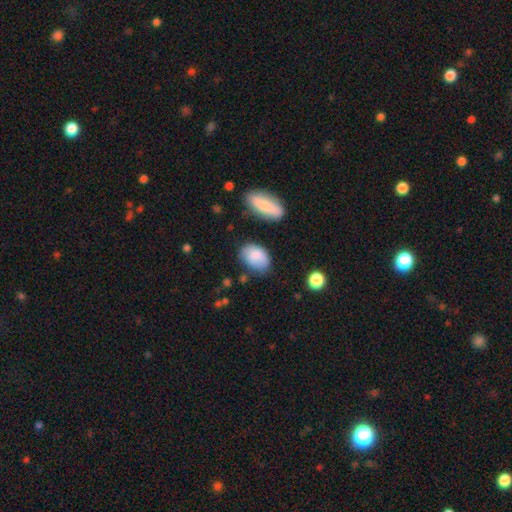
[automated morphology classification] A smooth galaxy with no disk features (81%) that is in between round and cigar-shaped (84%). Merging: none (61%).